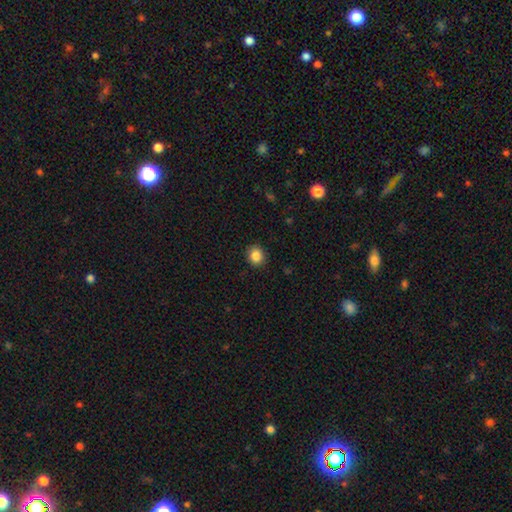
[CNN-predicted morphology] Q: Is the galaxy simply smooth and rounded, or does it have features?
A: smooth — 86%.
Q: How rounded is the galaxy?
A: round — 78%.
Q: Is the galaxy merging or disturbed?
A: none — 90%.